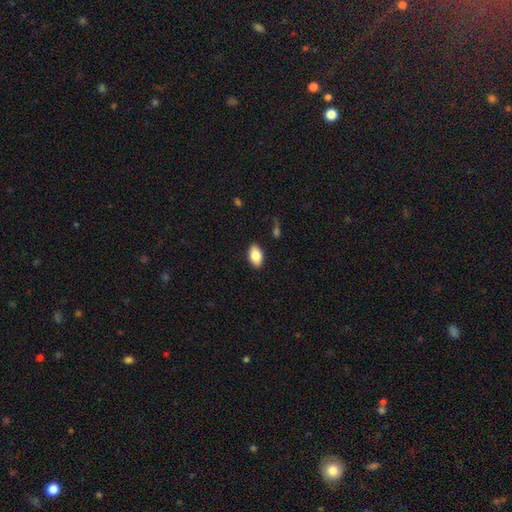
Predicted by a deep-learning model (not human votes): This is clearly a smooth galaxy (83%). How rounded: clearly in between (89%). Merging: clearly none (87%).